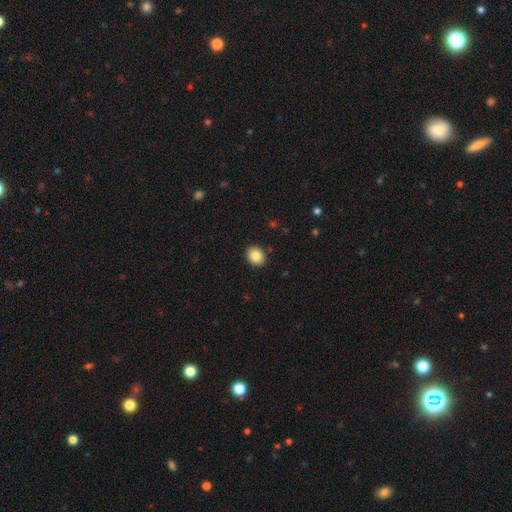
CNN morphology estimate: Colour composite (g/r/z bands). It shows a smooth galaxy with no disk features (84%) that is round (63%). Merging: none (91%).